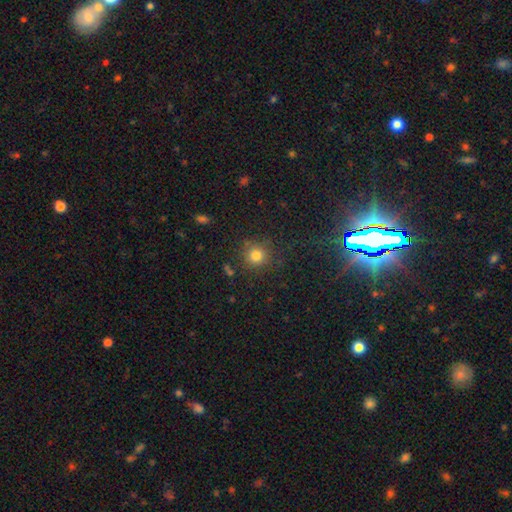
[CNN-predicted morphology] This is likely a smooth galaxy (79%). How rounded: clearly round (92%). Merging: clearly none (82%).